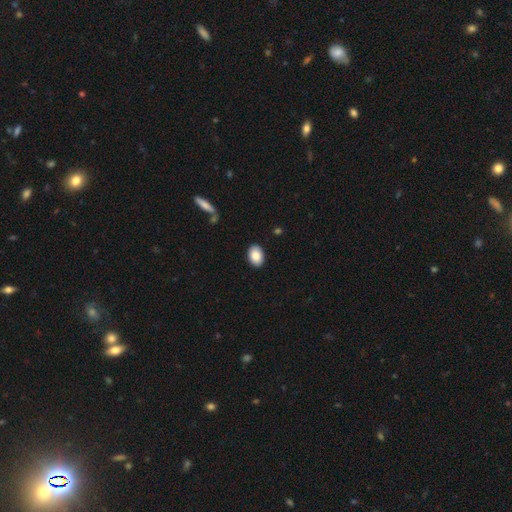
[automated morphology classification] The model was most divided on "how rounded": in between: 88%, round: 11%, cigar-shaped: 1%. More confident: merging — none (89%); smooth or featured — smooth (88%).